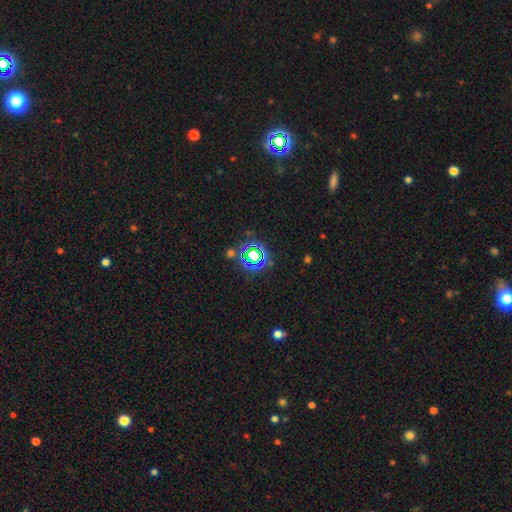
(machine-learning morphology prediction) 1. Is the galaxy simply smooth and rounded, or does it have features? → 67% star or artifact, 24% smooth, 10% featured or disk.